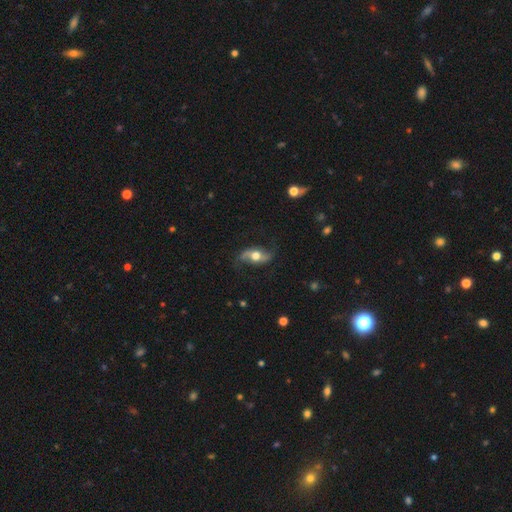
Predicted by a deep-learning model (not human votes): smooth-or-featured: featured or disk: 71% | smooth: 22% | star or artifact: 7%
  disk-edge-on: no: 85% | yes: 15%
    bar: no: 60% | weak: 25% | strong: 15%
    has-spiral-arms: yes: 88% | no: 12%
      spiral-winding: loose: 80% | medium: 15% | tight: 5%
      spiral-arm-count: 2: 93% | can't tell: 3% | 1: 2% | 3: 1% | 4: 1% | more than 4: 1%
    bulge-size: moderate: 62% | large: 28% | small: 6% | dominant: 3% | none: 1%
  merging: none: 75% | minor disturbance: 16% | major disturbance: 7% | merger: 1%